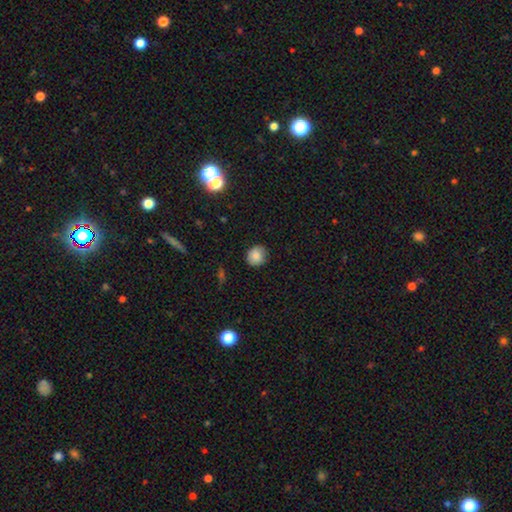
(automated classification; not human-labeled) The model was most divided on "how rounded": round: 81%, in between: 18%, cigar-shaped: 1%. More confident: smooth or featured — smooth (83%); merging — none (83%).